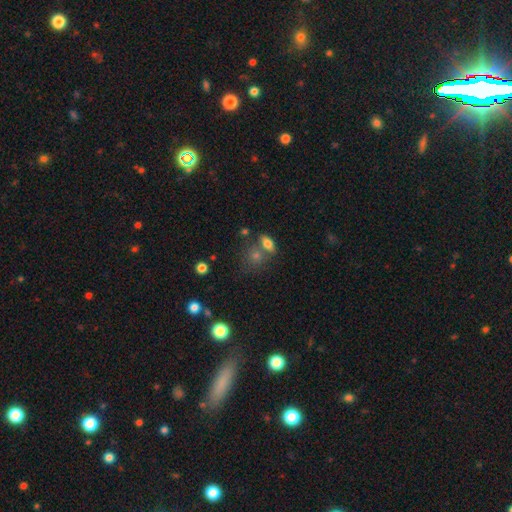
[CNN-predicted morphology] Smooth or featured? smooth (64%)
How rounded? round (63%)
Merging? none (54%)